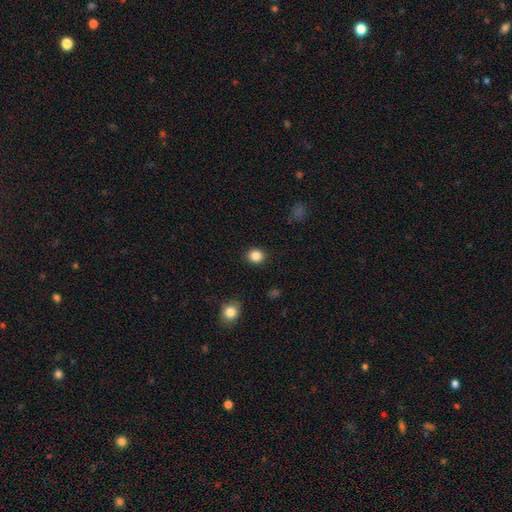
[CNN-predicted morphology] A smooth galaxy with no disk features (86%) that is round (79%). Merging: none (90%).